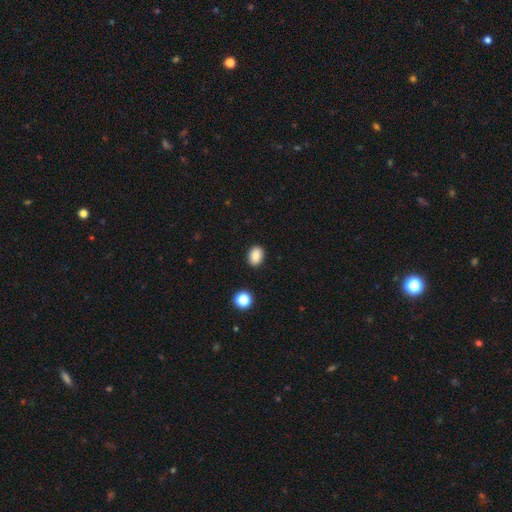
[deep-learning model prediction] This is clearly a smooth galaxy (86%). How rounded: likely in between (71%). Merging: clearly none (89%).